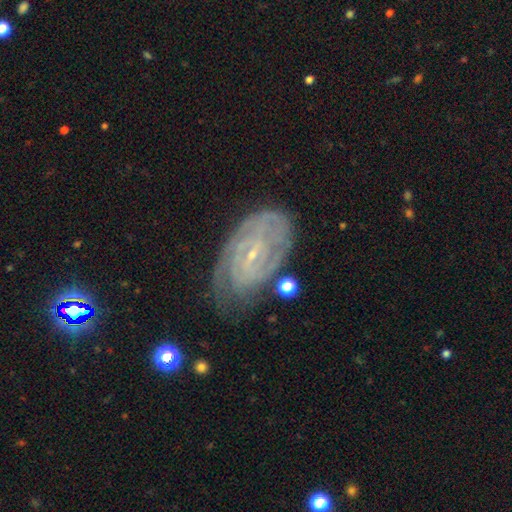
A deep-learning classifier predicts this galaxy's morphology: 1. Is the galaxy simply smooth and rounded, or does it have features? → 81% featured or disk, 11% smooth, 9% star or artifact.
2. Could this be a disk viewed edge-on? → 95% no, 5% yes.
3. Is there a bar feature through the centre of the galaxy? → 46% no, 40% weak, 13% strong.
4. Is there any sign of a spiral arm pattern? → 94% yes, 6% no.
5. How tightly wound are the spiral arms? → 71% tight, 23% medium, 6% loose.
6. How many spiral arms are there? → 38% can't tell, 27% 2, 14% 3, 9% 4, 6% more than 4, 6% 1.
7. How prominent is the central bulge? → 85% small, 9% moderate, 4% none, 1% large, 1% dominant.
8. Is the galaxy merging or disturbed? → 68% none, 22% minor disturbance, 7% major disturbance, 3% merger.